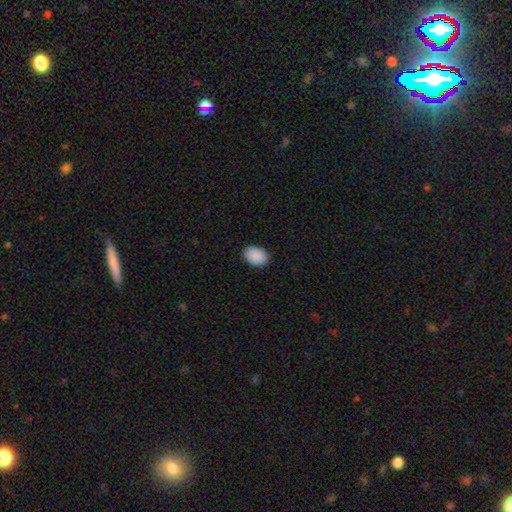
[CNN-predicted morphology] Smooth or featured? Predicted: smooth (p=0.91). How rounded? Predicted: in between (p=0.82). Merging? Predicted: none (p=0.90).